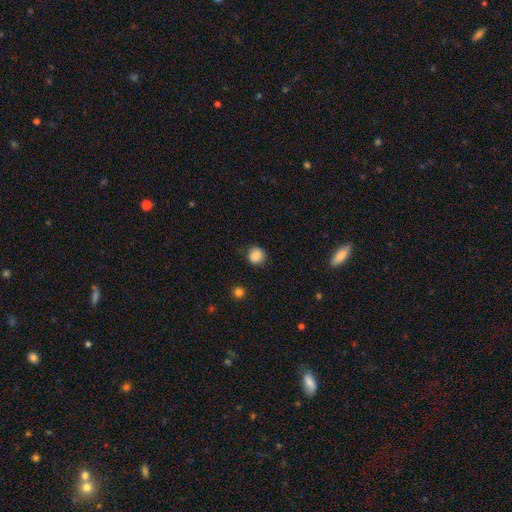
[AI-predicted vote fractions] Smooth or featured?
  - smooth: 86% *
  - star or artifact: 10%
  - featured or disk: 4%
How rounded?
  - round: 91% *
  - in between: 8%
  - cigar-shaped: 1%
Merging?
  - none: 87% *
  - minor disturbance: 9%
  - major disturbance: 3%
  - merger: 1%